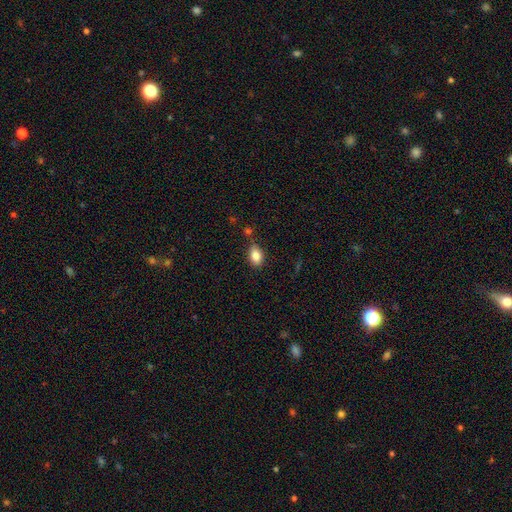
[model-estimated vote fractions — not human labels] This is clearly a smooth galaxy (85%). How rounded: clearly in between (84%). Merging: likely none (73%).